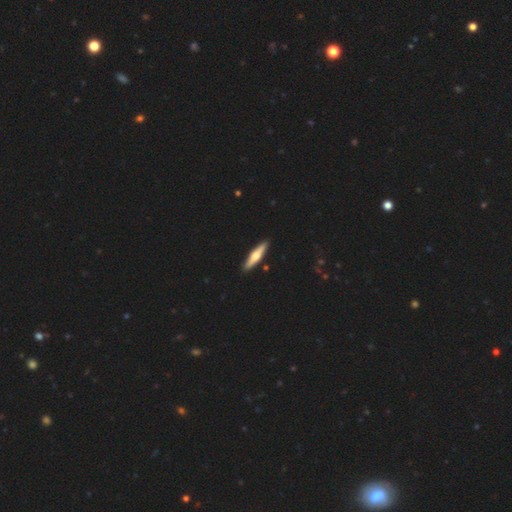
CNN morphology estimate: Smooth or featured? featured or disk (50%)
Edge-on disk? yes (94%)
Merging? none (90%)